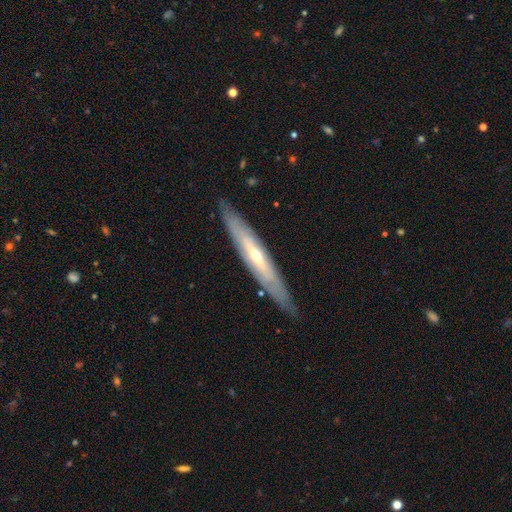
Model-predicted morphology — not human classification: Q: Smooth or featured?
A: featured or disk (71%); runner-up: smooth (23%)
Q: Edge-on disk?
A: yes (70%); runner-up: no (30%)
Q: Merging?
A: none (84%); runner-up: minor disturbance (12%)